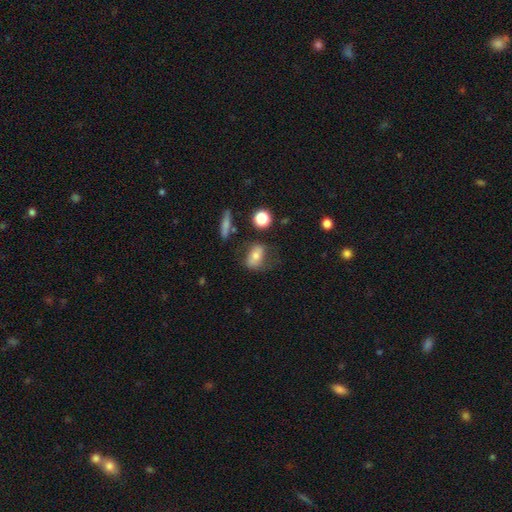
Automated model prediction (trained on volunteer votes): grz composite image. It shows a smooth galaxy with no disk features (66%) that is in between round and cigar-shaped (77%). Merging: none (50%).